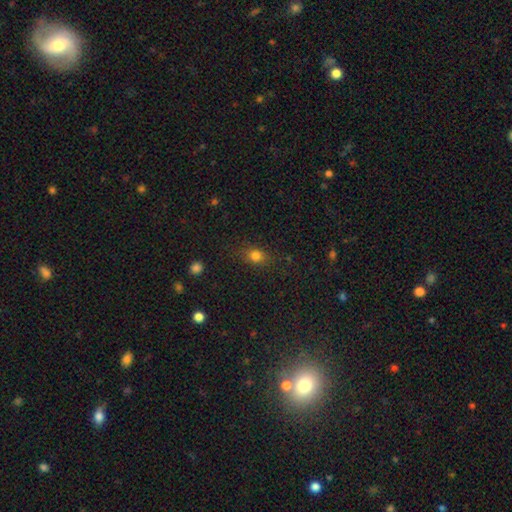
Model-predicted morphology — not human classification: type=smooth (78%); roundness=in between (54%); merging=none (81%).